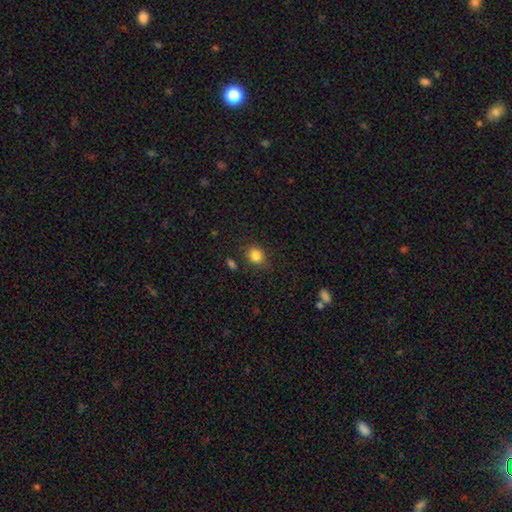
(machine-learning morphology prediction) A smooth galaxy with no disk features (84%) that is round (59%).

Vote fractions:
- Smooth or featured? smooth: 84% / star or artifact: 11% / featured or disk: 5%
- How rounded? round: 59% / in between: 40% / cigar-shaped: 1%
- Merging? none: 79% / minor disturbance: 14% / major disturbance: 4% / merger: 4%